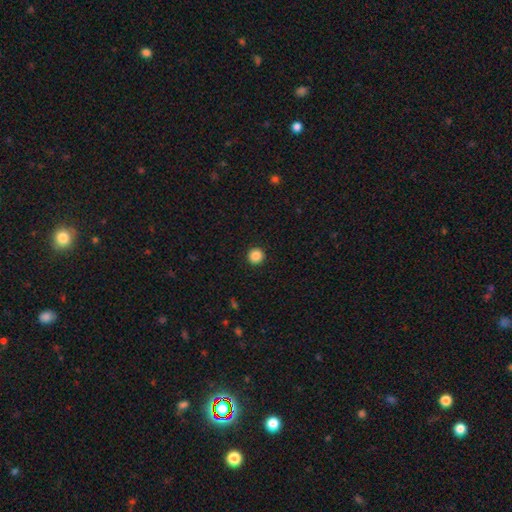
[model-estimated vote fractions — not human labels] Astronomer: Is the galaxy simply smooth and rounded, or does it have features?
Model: smooth — 87%.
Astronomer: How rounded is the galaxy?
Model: round — 95%.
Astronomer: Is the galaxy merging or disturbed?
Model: none — 93%.